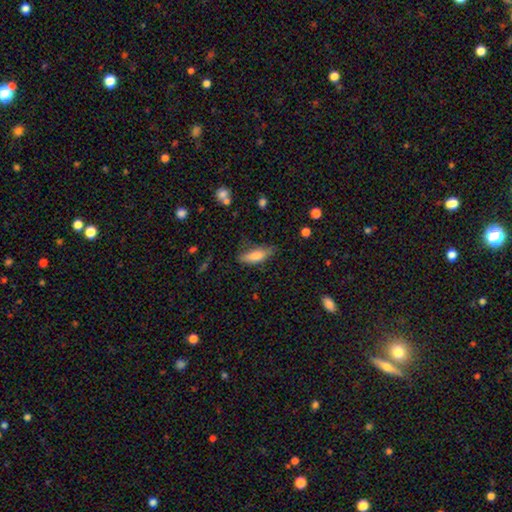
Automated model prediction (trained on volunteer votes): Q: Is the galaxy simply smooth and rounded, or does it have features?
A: smooth — 77%.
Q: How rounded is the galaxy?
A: in between — 60%.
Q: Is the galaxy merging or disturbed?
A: none — 65%.